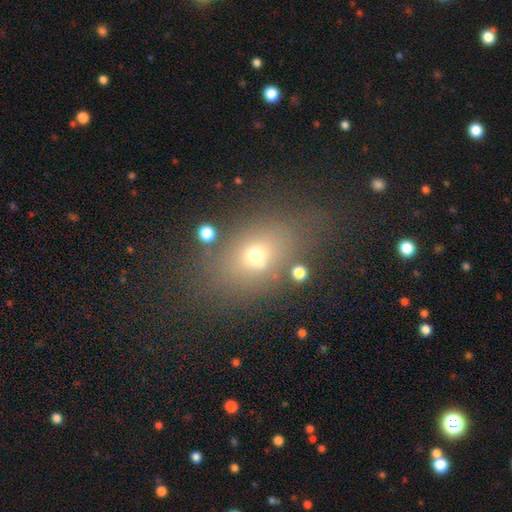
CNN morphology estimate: A smooth galaxy with no disk features (63%) that is in between round and cigar-shaped (70%).

Vote fractions:
- Smooth or featured? smooth: 63% / star or artifact: 20% / featured or disk: 16%
- How rounded? in between: 70% / round: 27% / cigar-shaped: 3%
- Merging? none: 74% / minor disturbance: 13% / major disturbance: 7% / merger: 6%